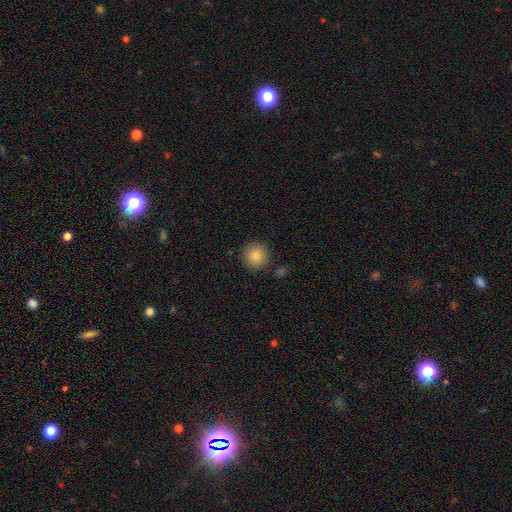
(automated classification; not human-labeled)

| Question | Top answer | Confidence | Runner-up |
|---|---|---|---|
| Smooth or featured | smooth | 84% | star or artifact (9%) |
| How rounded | round | 95% | in between (5%) |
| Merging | none | 87% | minor disturbance (7%) |